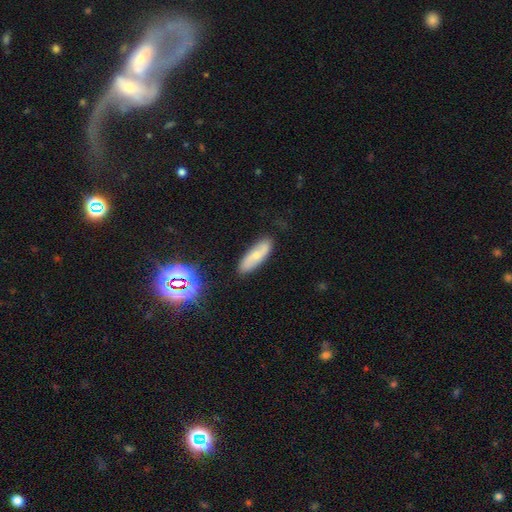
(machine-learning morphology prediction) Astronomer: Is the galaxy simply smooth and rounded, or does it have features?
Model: smooth — 58% (runner-up: featured or disk, 33%).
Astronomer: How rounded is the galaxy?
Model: cigar-shaped — 49%, tied with in between at 49%.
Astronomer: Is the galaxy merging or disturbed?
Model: none — 81%.